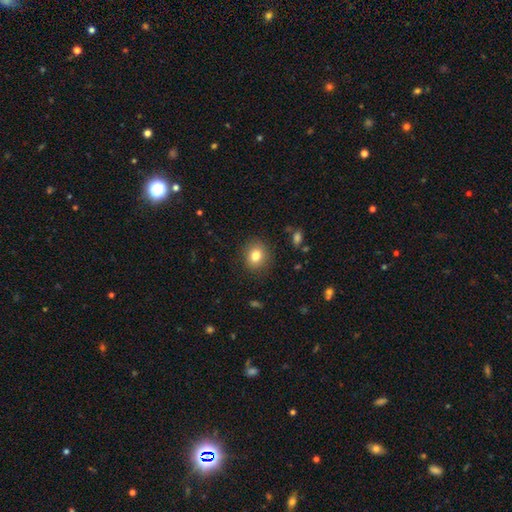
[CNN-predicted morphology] smooth-or-featured: smooth: 81% | star or artifact: 11% | featured or disk: 9%
  how-rounded: round: 73% | in between: 26% | cigar-shaped: 1%
  merging: none: 88% | minor disturbance: 8% | major disturbance: 3% | merger: 1%